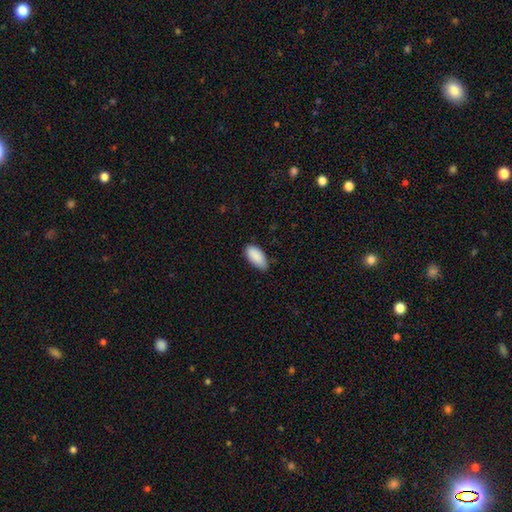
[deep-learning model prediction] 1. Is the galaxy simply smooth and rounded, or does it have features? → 90% smooth, 6% star or artifact, 4% featured or disk.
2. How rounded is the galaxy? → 93% in between, 5% cigar-shaped, 2% round.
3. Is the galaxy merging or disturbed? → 69% none, 27% minor disturbance, 3% major disturbance, 1% merger.